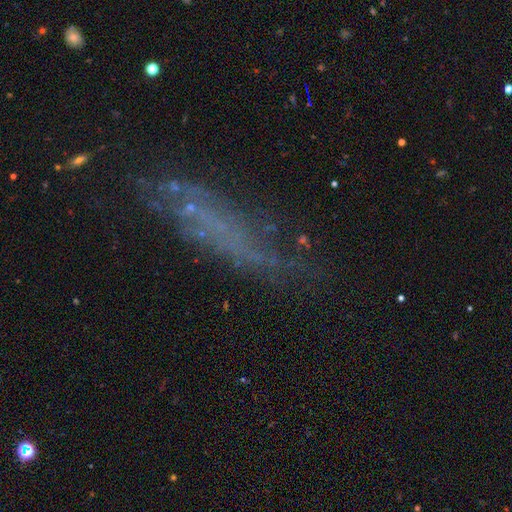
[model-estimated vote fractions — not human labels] A featured or disk galaxy (49%). Merging: none (56%).